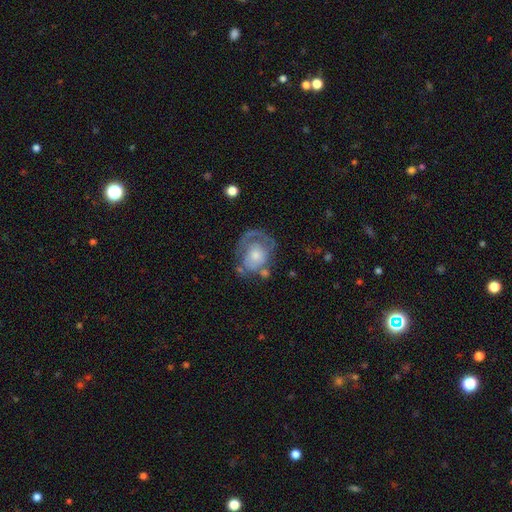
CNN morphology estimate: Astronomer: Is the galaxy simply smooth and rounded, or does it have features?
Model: featured or disk — 60%.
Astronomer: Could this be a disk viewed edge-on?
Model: no — 97%.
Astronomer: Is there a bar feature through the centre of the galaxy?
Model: no — 83%.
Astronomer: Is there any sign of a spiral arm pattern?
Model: yes — 61% (runner-up: no, 39%).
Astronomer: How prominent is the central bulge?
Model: moderate — 49% (runner-up: small, 36%).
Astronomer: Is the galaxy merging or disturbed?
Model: none — 38% (runner-up: major disturbance, 30%).